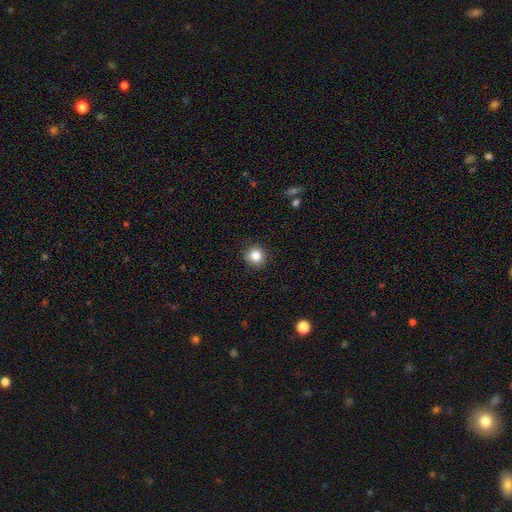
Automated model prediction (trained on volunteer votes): Overall: smooth (84%). How rounded: round (89%). Merging: none (89%).